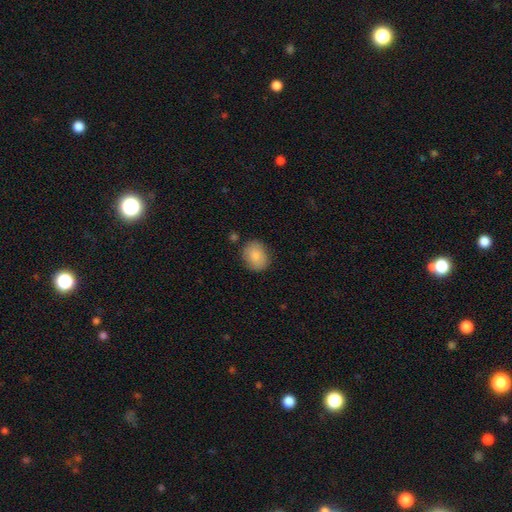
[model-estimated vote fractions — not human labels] Morphology: type=smooth (84%); roundness=round (54%); merging=none (82%).